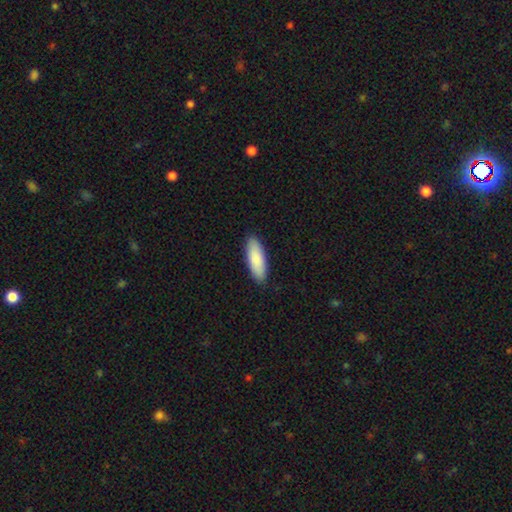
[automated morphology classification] Smooth or featured? smooth (88%)
How rounded? in between (58%)
Merging? none (90%)